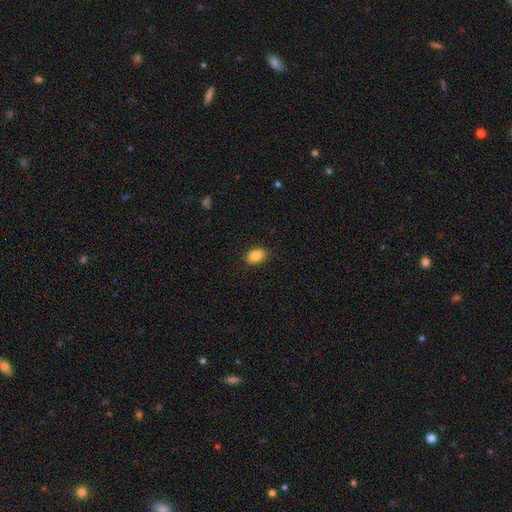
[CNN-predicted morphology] smooth 87%, star or artifact 8%, featured or disk 5%. Down the decision tree: how rounded — in between (85%); merging — none (87%).